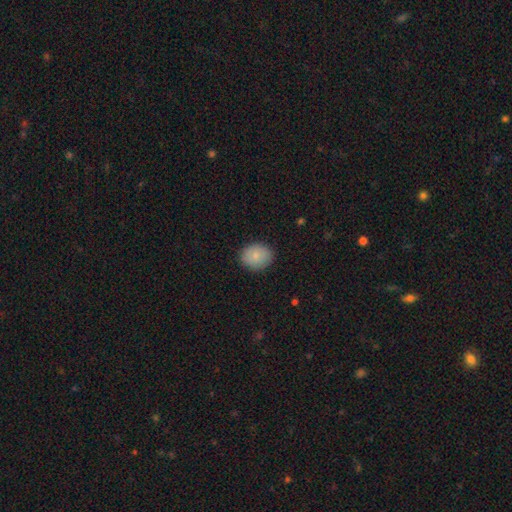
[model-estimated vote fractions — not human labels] A smooth galaxy with no disk features (84%) that is round (57%). Merging: none (87%).